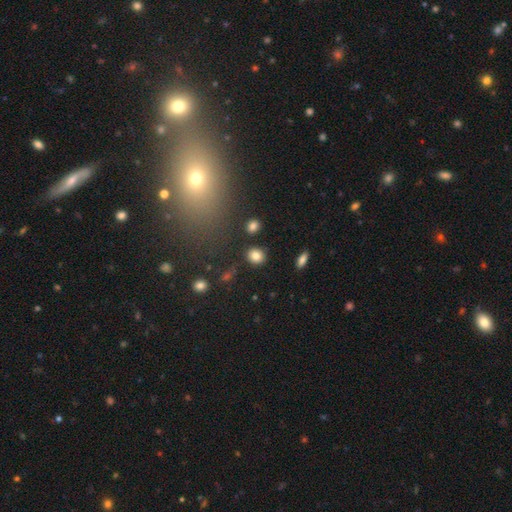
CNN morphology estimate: Smooth or featured? smooth (83%)
How rounded? round (72%)
Merging? none (85%)